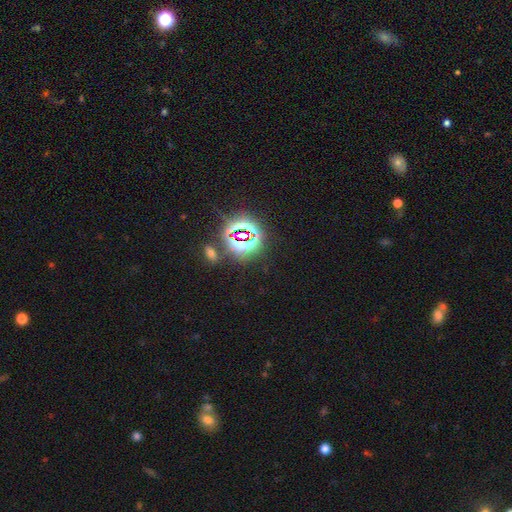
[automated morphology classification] smooth_or_featured: star or artifact (p=0.81) [alt: smooth p=0.12]